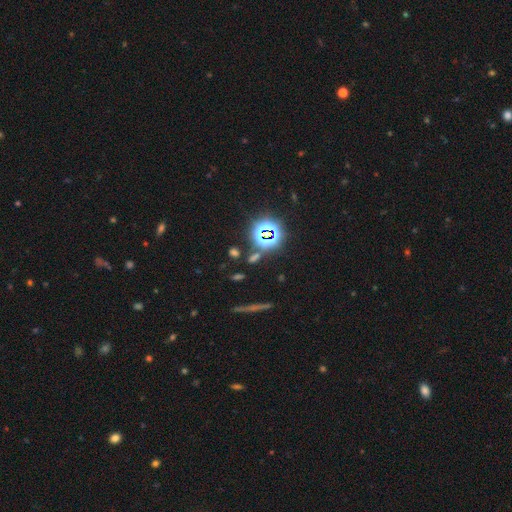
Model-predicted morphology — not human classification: Smooth or featured? Predicted: star or artifact (p=0.64).